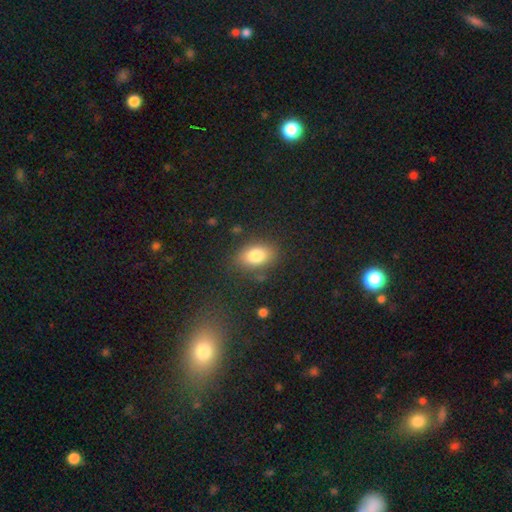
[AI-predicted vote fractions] smooth-or-featured: smooth: 81% | featured or disk: 10% | star or artifact: 9%
  how-rounded: in between: 83% | round: 15% | cigar-shaped: 2%
  merging: none: 80% | minor disturbance: 13% | major disturbance: 4% | merger: 3%